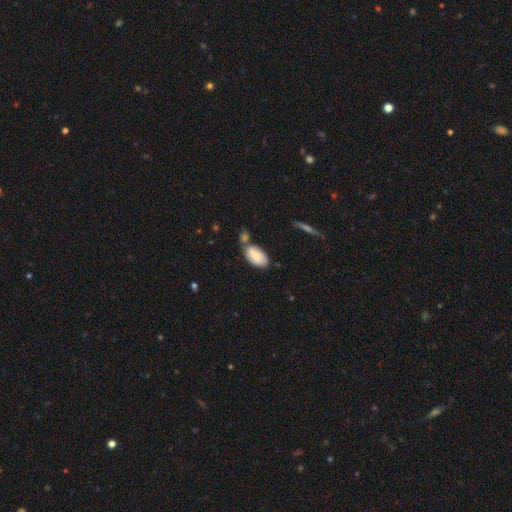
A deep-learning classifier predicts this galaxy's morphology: smooth 72%, featured or disk 21%, star or artifact 7%. Down the decision tree: how rounded — in between (94%); merging — none (45%).